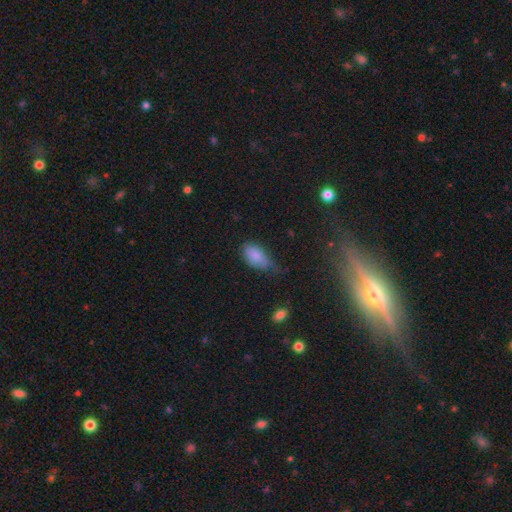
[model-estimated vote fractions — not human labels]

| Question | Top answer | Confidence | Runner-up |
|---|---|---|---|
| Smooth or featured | smooth | 82% | featured or disk (10%) |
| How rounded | in between | 91% | cigar-shaped (6%) |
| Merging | minor disturbance | 46% | none (34%) |